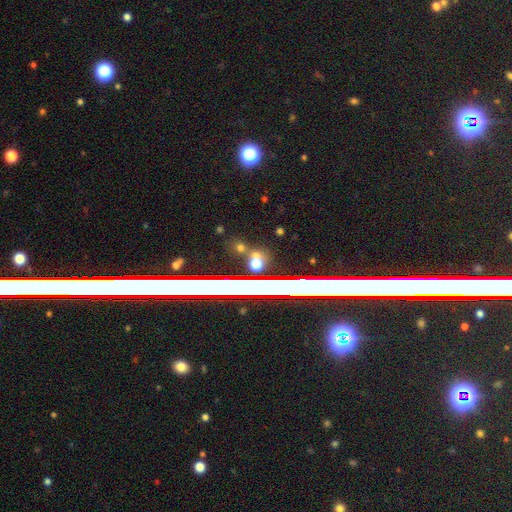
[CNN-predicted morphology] A star or artifact, not a galaxy (45%).

Vote fractions:
- Smooth or featured? star or artifact: 45% / smooth: 40% / featured or disk: 15%